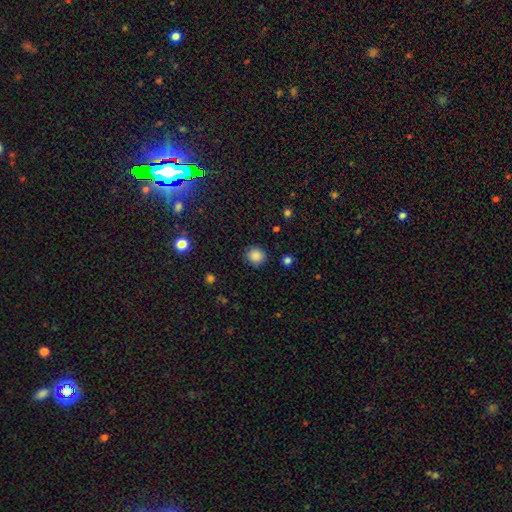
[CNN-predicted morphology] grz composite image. It shows a smooth galaxy with no disk features (87%) that is round (87%). Merging: none (88%).